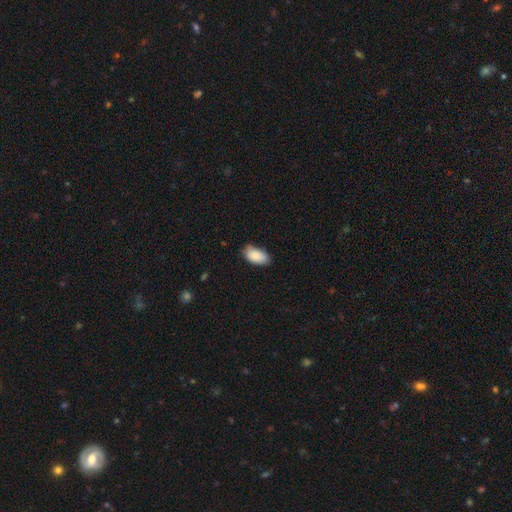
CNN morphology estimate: Q: Smooth or featured?
A: smooth (88%); runner-up: star or artifact (6%)
Q: How rounded?
A: in between (95%); runner-up: round (3%)
Q: Merging?
A: none (72%); runner-up: minor disturbance (24%)